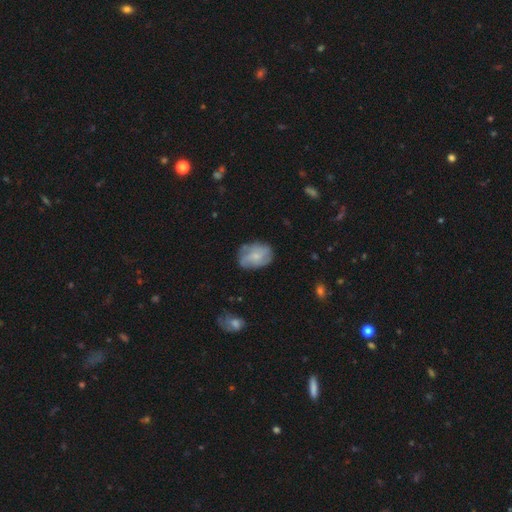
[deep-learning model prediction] Q: Smooth or featured?
A: featured or disk (49%); runner-up: smooth (44%)
Q: Merging?
A: none (62%); runner-up: minor disturbance (27%)